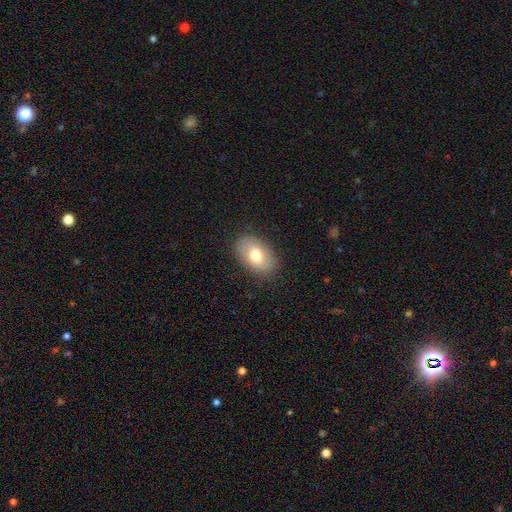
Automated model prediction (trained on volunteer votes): Smooth or featured: smooth — 64% (featured or disk — 29%)
How rounded: in between — 88% (round — 11%)
Merging: none — 83% (minor disturbance — 12%)